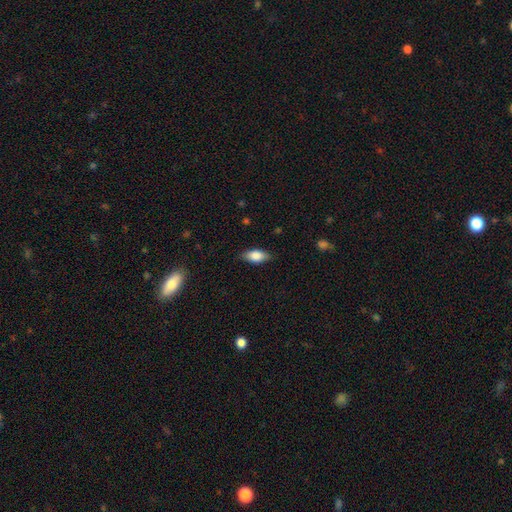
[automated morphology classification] A smooth galaxy with no disk features (81%) that is in between round and cigar-shaped (87%). Merging: none (82%).